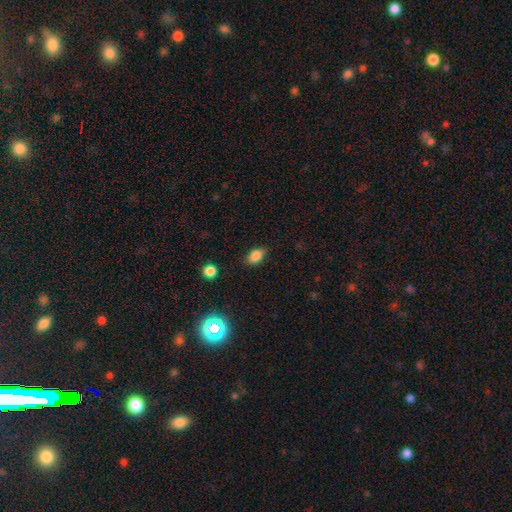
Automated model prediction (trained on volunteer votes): Q: Smooth or featured?
A: smooth (83%); runner-up: star or artifact (12%)
Q: How rounded?
A: in between (79%); runner-up: round (18%)
Q: Merging?
A: none (80%); runner-up: minor disturbance (16%)